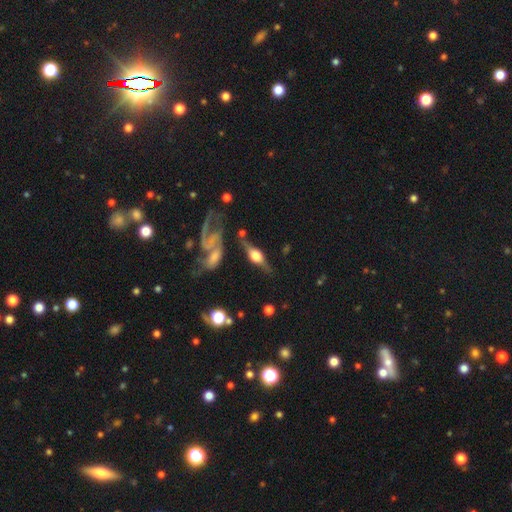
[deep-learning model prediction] Overall: featured or disk (70%). Edge-on disk: yes (84%). Edge-on bulge: rounded (92%). Merging: none (59%).